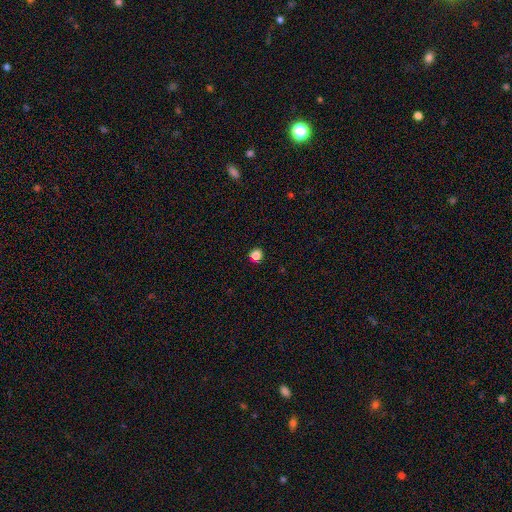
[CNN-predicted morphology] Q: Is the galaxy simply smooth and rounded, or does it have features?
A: smooth — 85%.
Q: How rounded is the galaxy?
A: round — 91%.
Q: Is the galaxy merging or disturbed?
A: none — 92%.